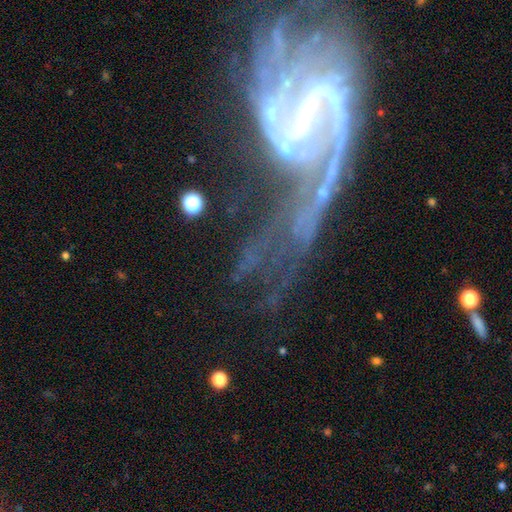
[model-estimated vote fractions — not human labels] A featured or disk galaxy (87%) with a strong bar (50%), 2 (64%) loose (41%) spiral arms (90%) and a small central bulge (69%). Merging: major disturbance (40%).